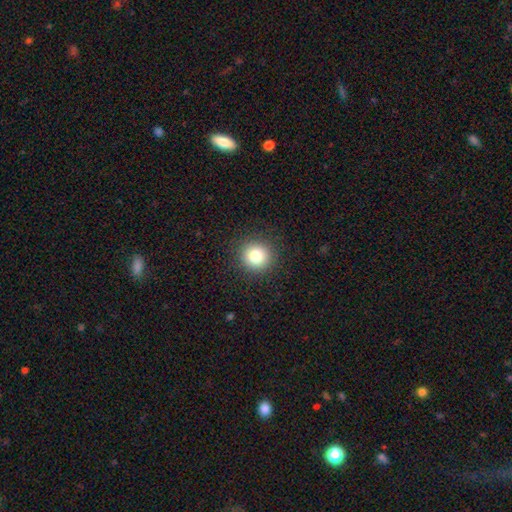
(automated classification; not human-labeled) A smooth galaxy with no disk features (81%) that is round (93%).

Vote fractions:
- Smooth or featured? smooth: 81% / star or artifact: 12% / featured or disk: 8%
- How rounded? round: 93% / in between: 6% / cigar-shaped: 1%
- Merging? none: 91% / minor disturbance: 6% / major disturbance: 2% / merger: 1%